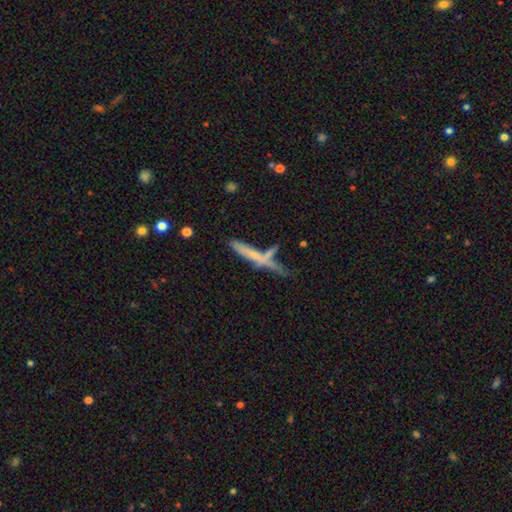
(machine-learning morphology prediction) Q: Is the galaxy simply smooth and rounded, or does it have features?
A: smooth — 49%.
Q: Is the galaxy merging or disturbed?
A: none — 49%.